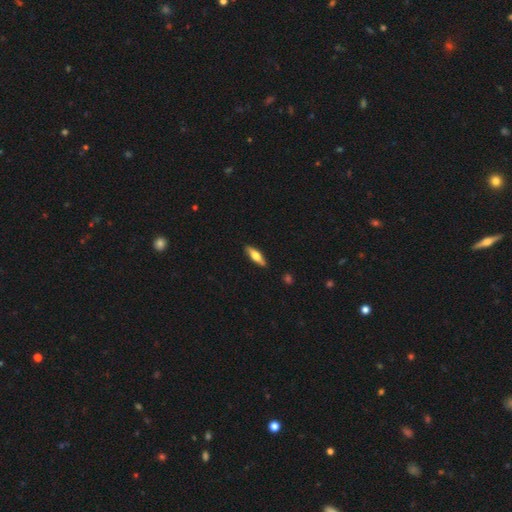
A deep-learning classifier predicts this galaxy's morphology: A smooth galaxy with no disk features (61%) that is in between round and cigar-shaped (50%). Merging: none (88%).